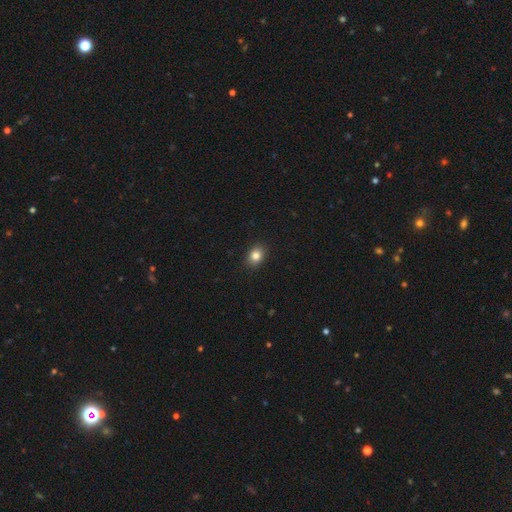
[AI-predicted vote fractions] Smooth or featured?
  - smooth: 84% *
  - star or artifact: 10%
  - featured or disk: 6%
How rounded?
  - in between: 60% *
  - round: 38%
  - cigar-shaped: 1%
Merging?
  - none: 90% *
  - minor disturbance: 7%
  - major disturbance: 2%
  - merger: 1%